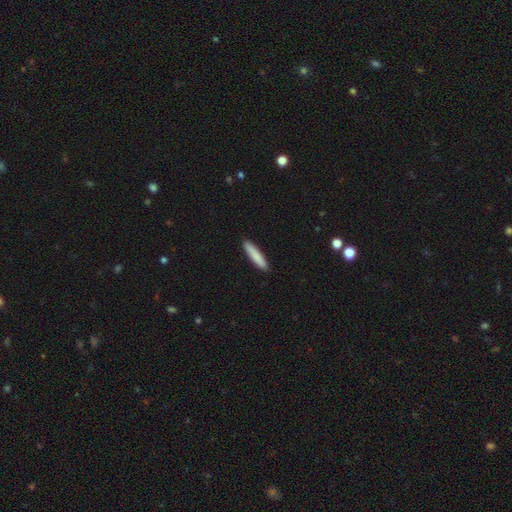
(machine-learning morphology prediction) This appears to be a smooth galaxy with no disk features (85%) that is cigar-shaped (89%). Merging: none (91%).